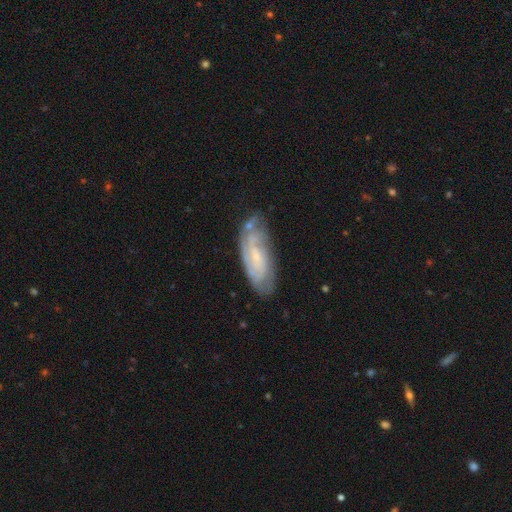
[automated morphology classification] Overall: featured or disk (64%; smooth 26%). Edge-on disk: no (85%). Bar: no (62%; weak 31%). Spiral arms: yes (83%). Bulge size: small (64%). Merging: none (73%).